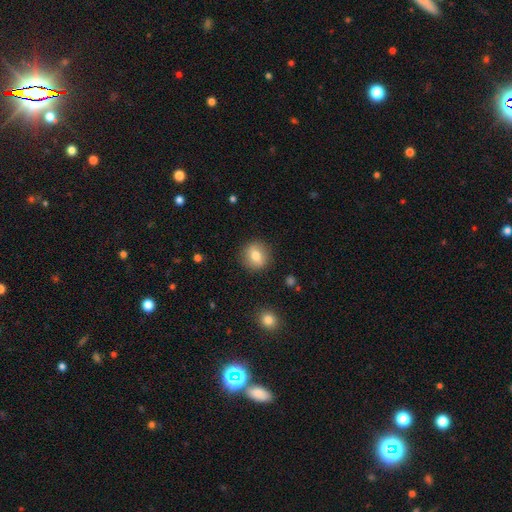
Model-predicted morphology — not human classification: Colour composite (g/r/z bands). It shows a smooth galaxy with no disk features (77%) that is round (83%). Merging: none (88%).